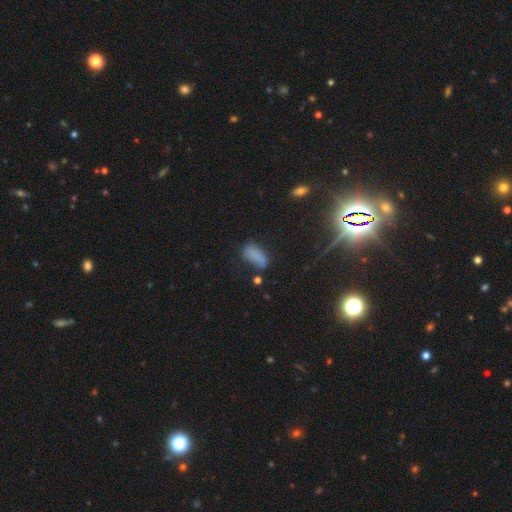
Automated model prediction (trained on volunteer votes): Smooth or featured: smooth — 76% (star or artifact — 14%)
How rounded: in between — 82% (cigar-shaped — 14%)
Merging: none — 50% (minor disturbance — 29%)